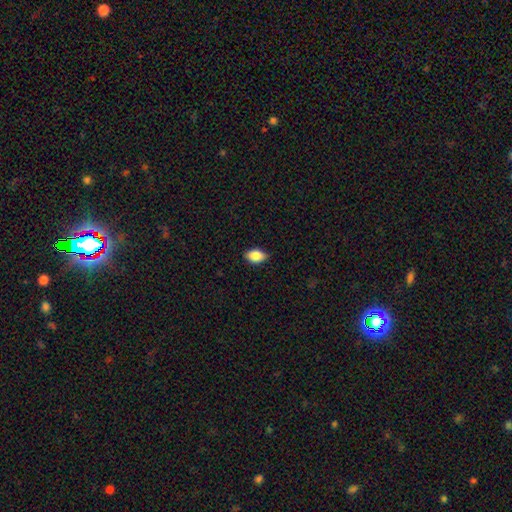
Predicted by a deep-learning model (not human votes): smooth-or-featured: smooth: 86% | star or artifact: 8% | featured or disk: 7%
  how-rounded: in between: 85% | round: 13% | cigar-shaped: 2%
  merging: none: 81% | minor disturbance: 16% | major disturbance: 2% | merger: 1%